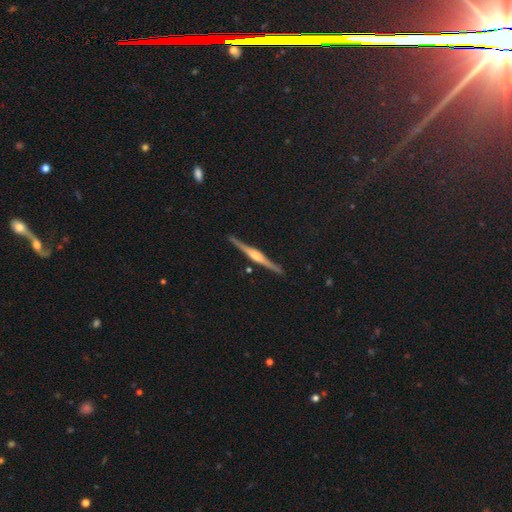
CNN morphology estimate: This is clearly a featured or disk galaxy (84%). It is clearly viewed edge-on (98%). Edge-on bulge: likely rounded (76%). Merging: clearly none (91%).